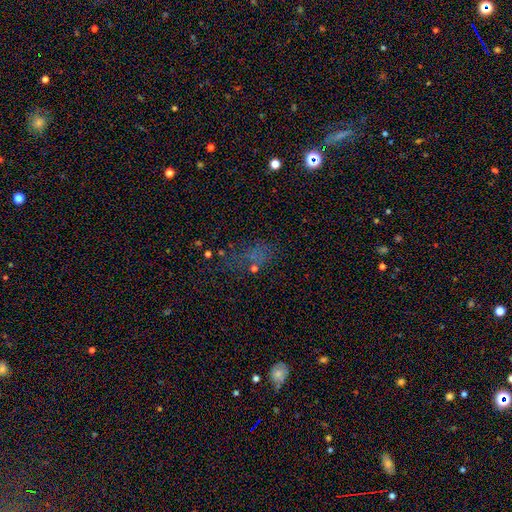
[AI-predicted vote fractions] Q: Smooth or featured?
A: smooth (43%); runner-up: star or artifact (36%)
Q: Merging?
A: none (48%); runner-up: major disturbance (25%)